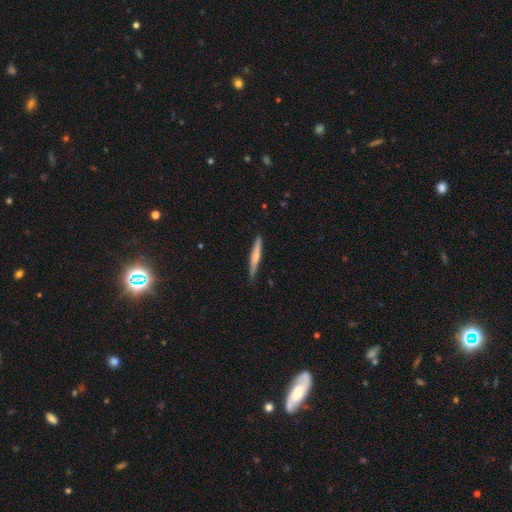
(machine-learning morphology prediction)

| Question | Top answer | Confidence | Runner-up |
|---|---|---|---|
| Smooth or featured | smooth | 51% | featured or disk (43%) |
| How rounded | cigar-shaped | 95% | in between (4%) |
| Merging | none | 86% | minor disturbance (11%) |